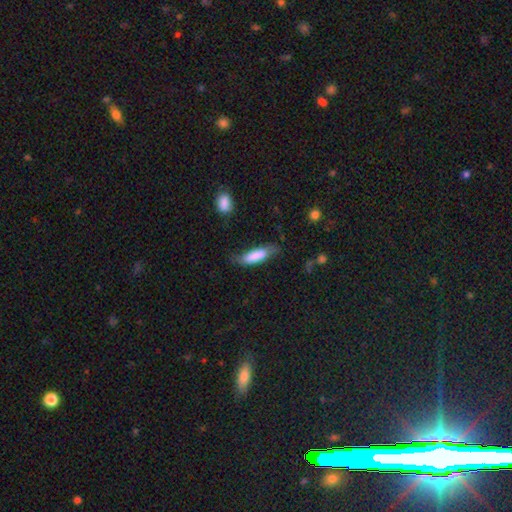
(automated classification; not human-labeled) smooth-or-featured: smooth: 80% | featured or disk: 14% | star or artifact: 6%
  how-rounded: cigar-shaped: 56% | in between: 42% | round: 2%
  merging: none: 60% | minor disturbance: 29% | major disturbance: 9% | merger: 3%